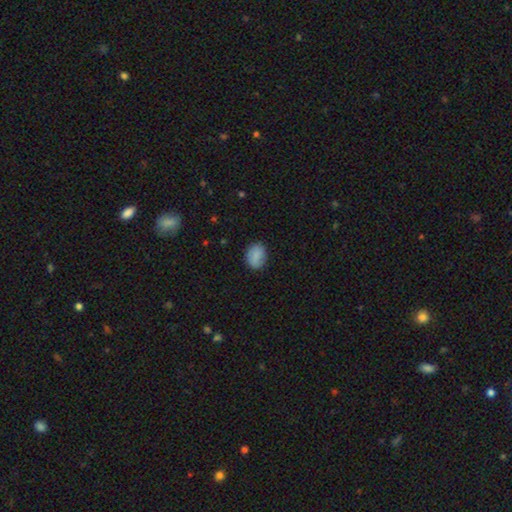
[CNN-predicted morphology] smooth_or_featured: smooth (p=0.85) [alt: star or artifact p=0.08]
how_rounded: in between (p=0.65) [alt: round p=0.34]
merging: none (p=0.83) [alt: minor disturbance p=0.13]